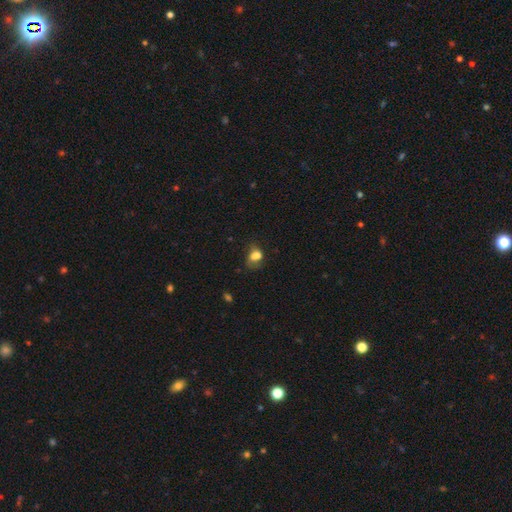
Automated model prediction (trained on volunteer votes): Q: Smooth or featured?
A: smooth (70%); runner-up: featured or disk (16%)
Q: How rounded?
A: in between (70%); runner-up: round (28%)
Q: Merging?
A: none (37%); runner-up: minor disturbance (28%)